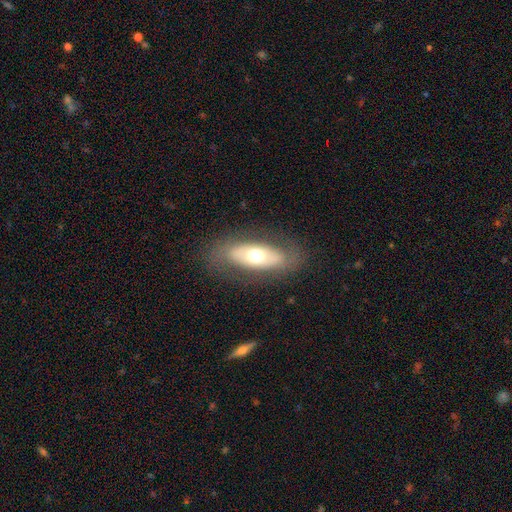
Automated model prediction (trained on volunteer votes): This is possibly a smooth galaxy (48%). Merging: likely none (79%).